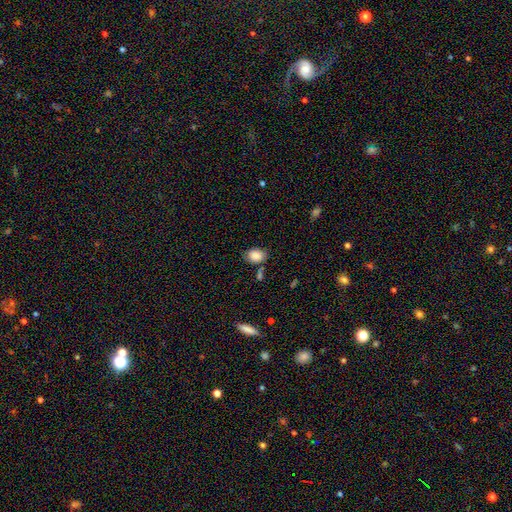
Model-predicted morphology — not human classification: Smooth or featured? Predicted: smooth (p=0.85). How rounded? Predicted: in between (p=0.69). Merging? Predicted: none (p=0.65).